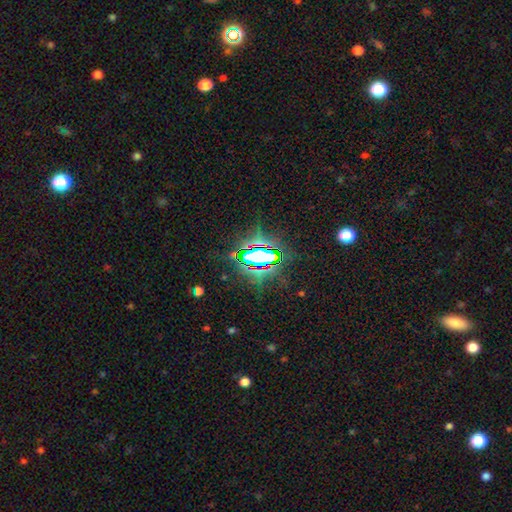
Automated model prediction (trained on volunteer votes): Morphology: type=star or artifact (71%).